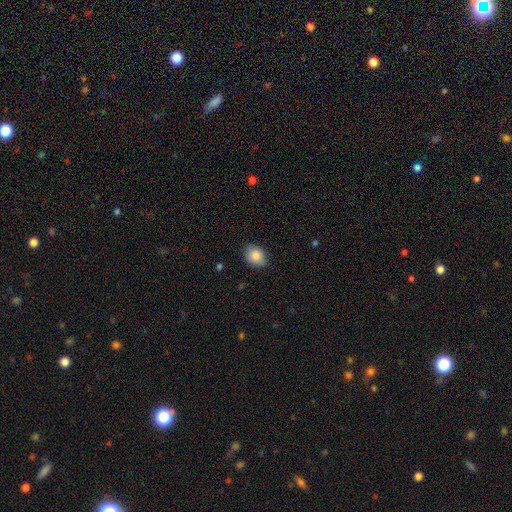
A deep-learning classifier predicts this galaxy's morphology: This is clearly a smooth galaxy (86%). How rounded: likely in between (64%). Merging: clearly none (83%).